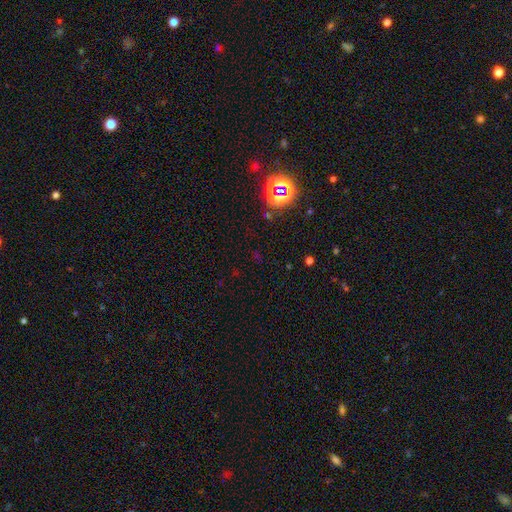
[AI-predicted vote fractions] star or artifact 70%, smooth 22%, featured or disk 8%.